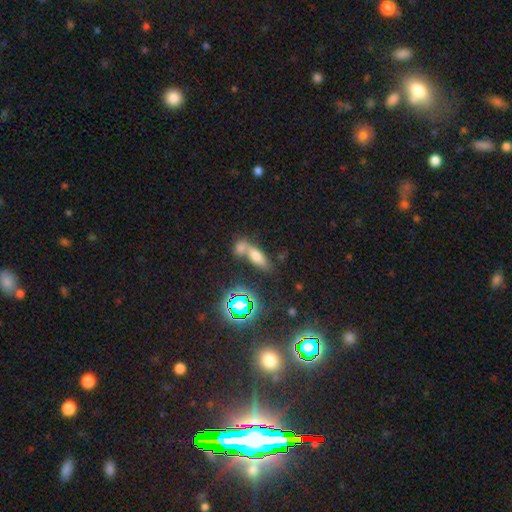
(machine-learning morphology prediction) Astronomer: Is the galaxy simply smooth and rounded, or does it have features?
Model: smooth — 61%.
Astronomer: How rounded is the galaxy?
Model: in between — 62%.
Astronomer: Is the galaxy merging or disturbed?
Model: merger — 52% (runner-up: none, 34%).